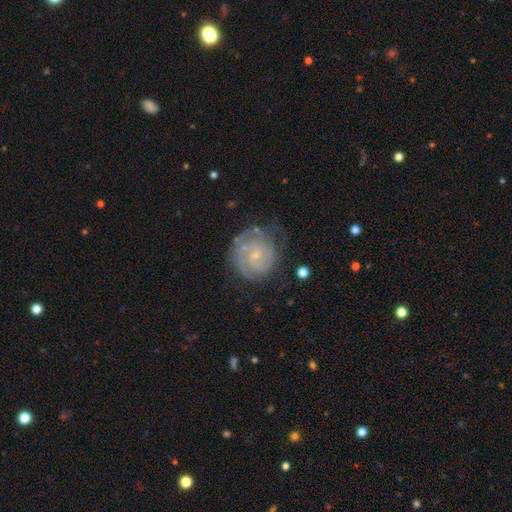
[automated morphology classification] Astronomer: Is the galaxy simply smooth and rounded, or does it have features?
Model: featured or disk — 83%.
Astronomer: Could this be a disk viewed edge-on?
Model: no — 98%.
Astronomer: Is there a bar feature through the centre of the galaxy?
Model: no — 67%.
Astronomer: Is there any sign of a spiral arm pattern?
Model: yes — 95%.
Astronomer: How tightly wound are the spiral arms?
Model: tight — 71%.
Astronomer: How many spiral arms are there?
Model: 2 — 31% (runner-up: can't tell, 30%).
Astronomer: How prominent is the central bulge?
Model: small — 78%.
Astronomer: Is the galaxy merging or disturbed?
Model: none — 67%.